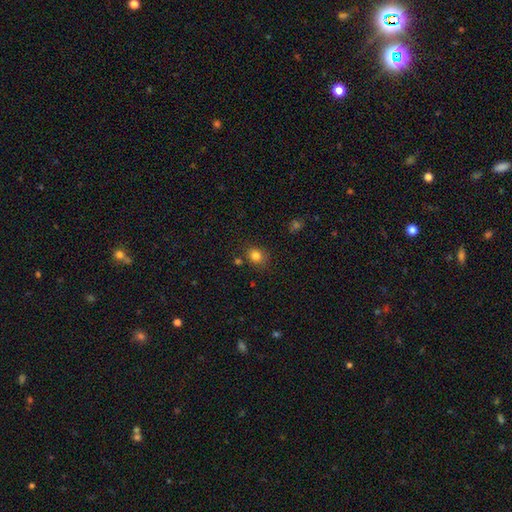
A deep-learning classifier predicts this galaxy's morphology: Q: Smooth or featured?
A: smooth (81%); runner-up: star or artifact (13%)
Q: How rounded?
A: round (71%); runner-up: in between (28%)
Q: Merging?
A: none (77%); runner-up: minor disturbance (13%)